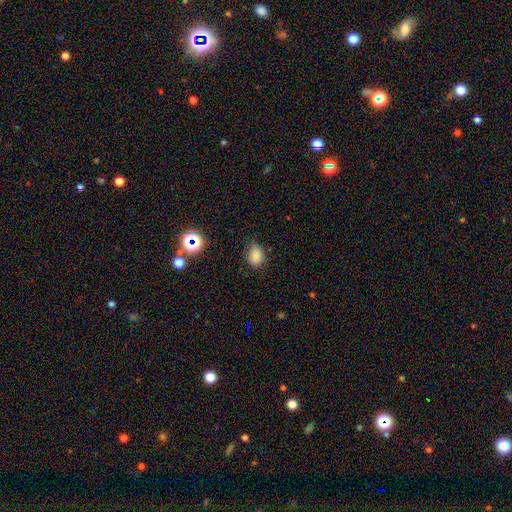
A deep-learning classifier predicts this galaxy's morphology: type=smooth (81%); roundness=in between (73%); merging=none (68%).